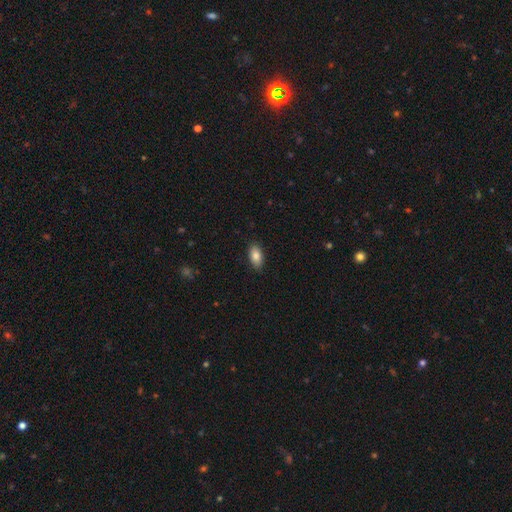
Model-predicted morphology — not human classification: smooth-or-featured: smooth: 84% | featured or disk: 9% | star or artifact: 7%
  how-rounded: in between: 92% | cigar-shaped: 4% | round: 4%
  merging: none: 88% | minor disturbance: 9% | major disturbance: 2% | merger: 1%